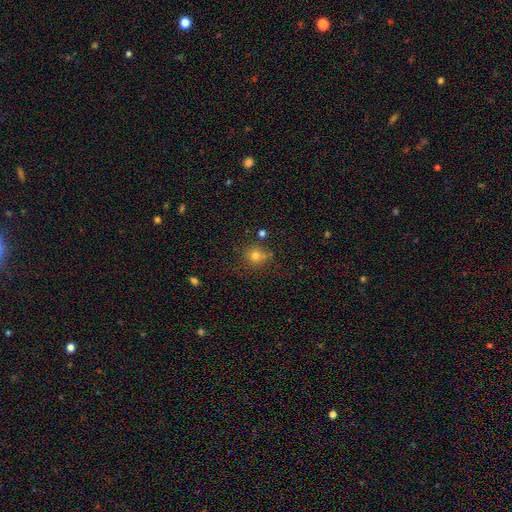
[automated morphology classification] Smooth or featured? Predicted: smooth (p=0.73). How rounded? Predicted: round (p=0.84). Merging? Predicted: none (p=0.71).